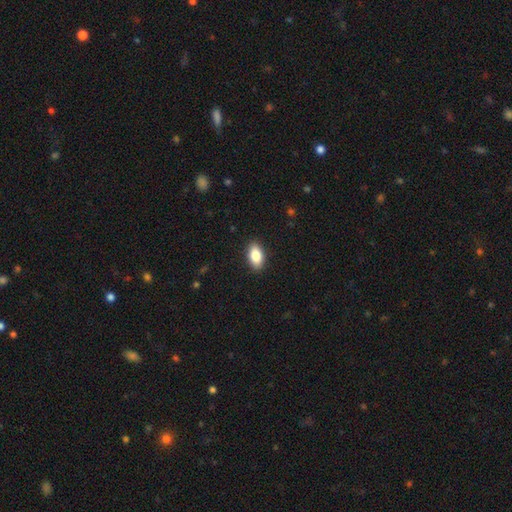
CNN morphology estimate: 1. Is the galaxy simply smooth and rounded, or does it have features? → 85% smooth, 8% featured or disk, 7% star or artifact.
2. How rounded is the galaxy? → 91% in between, 5% round, 3% cigar-shaped.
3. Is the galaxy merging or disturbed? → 89% none, 8% minor disturbance, 2% major disturbance, 1% merger.